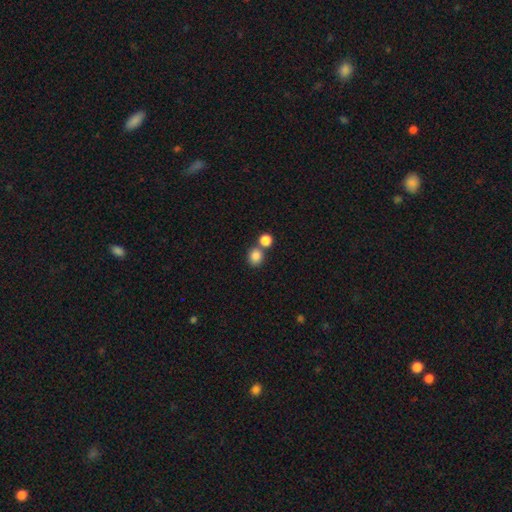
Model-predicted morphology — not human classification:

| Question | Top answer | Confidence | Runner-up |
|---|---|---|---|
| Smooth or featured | smooth | 85% | star or artifact (10%) |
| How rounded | round | 82% | in between (17%) |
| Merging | none | 59% | merger (31%) |